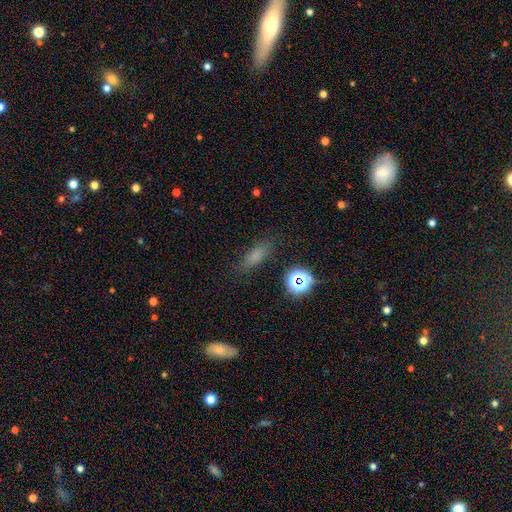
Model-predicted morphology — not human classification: smooth 70%, star or artifact 18%, featured or disk 12%. Down the decision tree: how rounded — in between (54%); merging — none (79%).